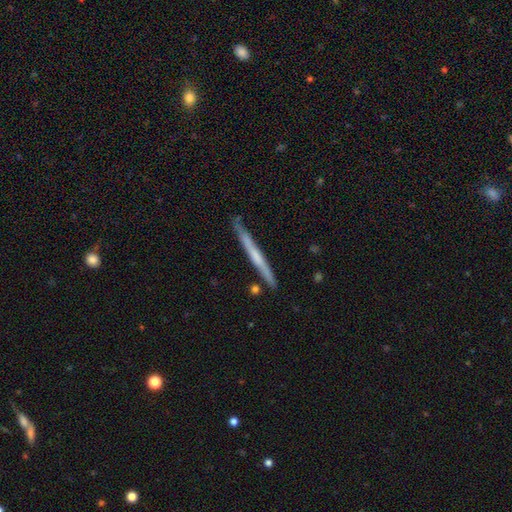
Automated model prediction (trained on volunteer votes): Smooth or featured?
  - featured or disk: 54% *
  - smooth: 40%
  - star or artifact: 5%
Edge-on disk?
  - yes: 96% *
  - no: 4%
Edge-on bulge?
  - none: 70% *
  - rounded: 22%
  - boxy: 8%
Merging?
  - none: 85% *
  - minor disturbance: 11%
  - merger: 2%
  - major disturbance: 2%